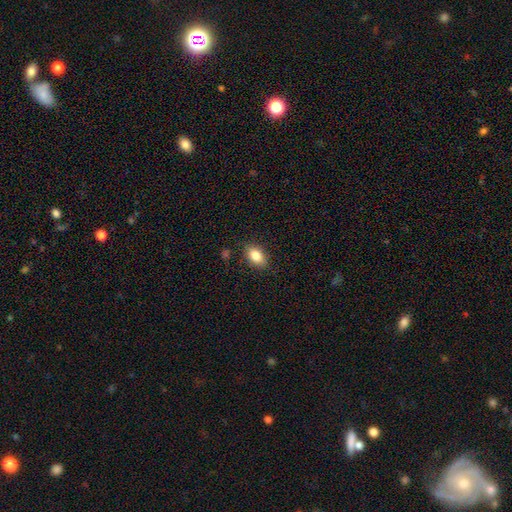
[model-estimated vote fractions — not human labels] smooth 83%, featured or disk 9%, star or artifact 8%. Down the decision tree: how rounded — in between (86%); merging — none (85%).